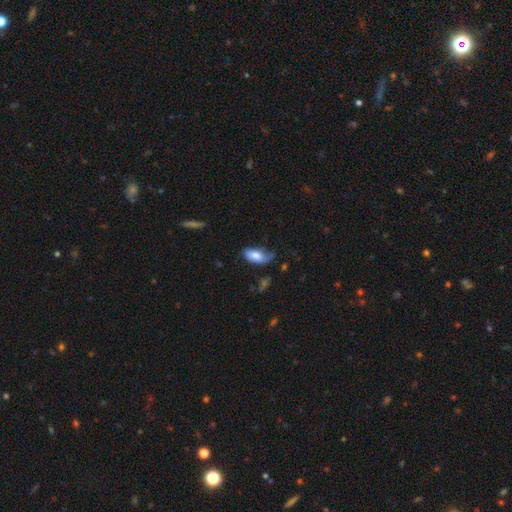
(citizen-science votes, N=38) Smooth or featured? smooth (82%)
How rounded? in between (94%)
Merging? minor disturbance (50%)